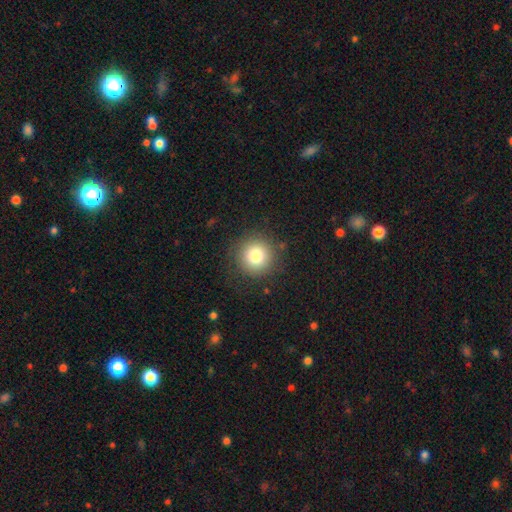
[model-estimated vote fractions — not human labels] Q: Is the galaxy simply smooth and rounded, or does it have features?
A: smooth — 80%.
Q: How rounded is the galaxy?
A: round — 95%.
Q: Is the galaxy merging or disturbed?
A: none — 86%.